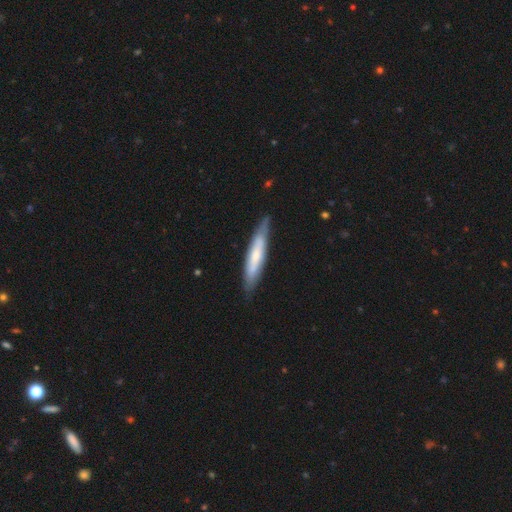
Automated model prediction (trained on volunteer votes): smooth-or-featured: smooth: 51% | featured or disk: 44% | star or artifact: 5%
  how-rounded: cigar-shaped: 86% | in between: 13% | round: 1%
  merging: none: 78% | minor disturbance: 18% | major disturbance: 3% | merger: 1%